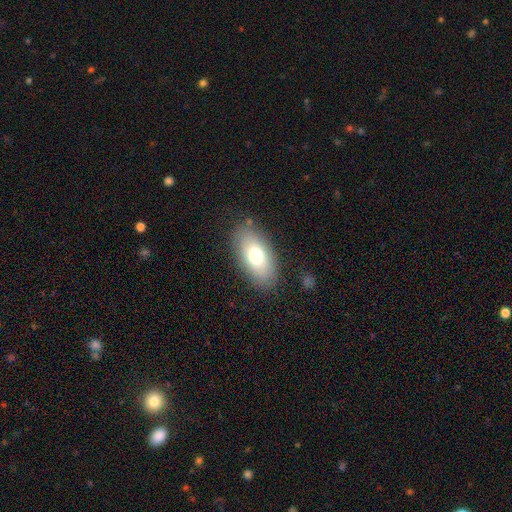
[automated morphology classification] smooth 73%, featured or disk 19%, star or artifact 8%. Down the decision tree: how rounded — in between (91%); merging — none (82%).